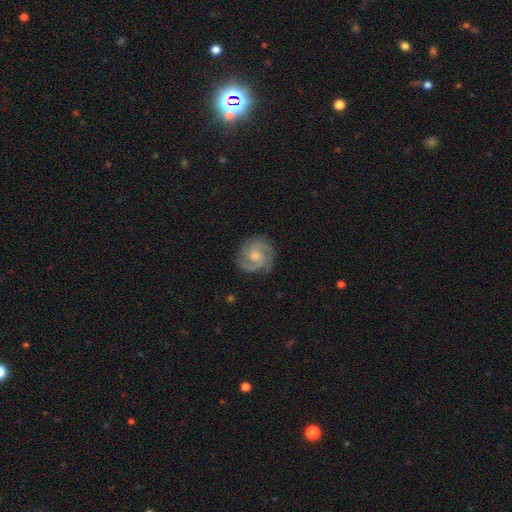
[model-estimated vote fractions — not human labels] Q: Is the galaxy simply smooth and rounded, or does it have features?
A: featured or disk — 85%.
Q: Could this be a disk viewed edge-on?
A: no — 98%.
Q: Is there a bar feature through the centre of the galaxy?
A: no — 64%.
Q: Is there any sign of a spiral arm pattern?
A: yes — 97%.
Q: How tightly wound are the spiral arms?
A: tight — 53%.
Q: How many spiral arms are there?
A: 3 — 46%.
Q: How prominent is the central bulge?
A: moderate — 46%.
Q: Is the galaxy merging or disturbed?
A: none — 80%.